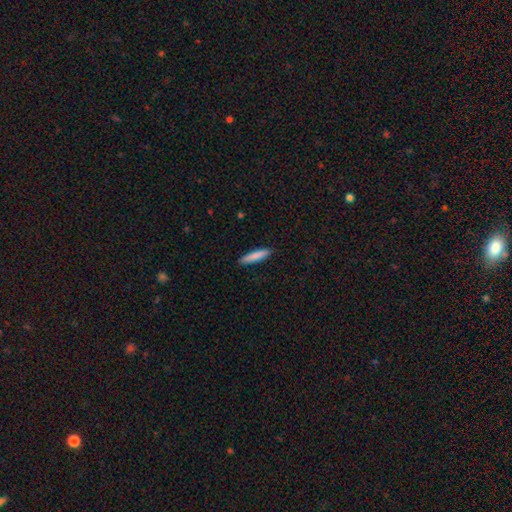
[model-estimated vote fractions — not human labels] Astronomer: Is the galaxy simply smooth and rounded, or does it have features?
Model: smooth — 83%.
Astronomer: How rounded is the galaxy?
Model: cigar-shaped — 88%.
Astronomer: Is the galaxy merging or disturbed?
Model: none — 90%.